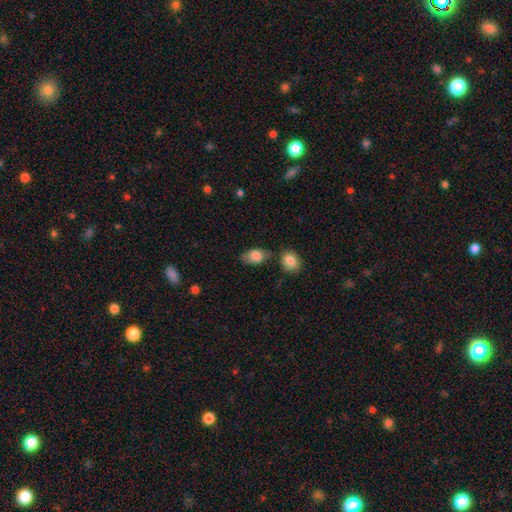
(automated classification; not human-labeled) Overall: smooth (81%). How rounded: in between (88%). Merging: none (63%).